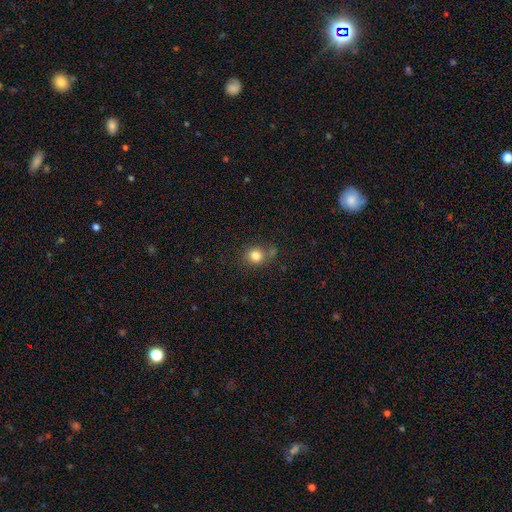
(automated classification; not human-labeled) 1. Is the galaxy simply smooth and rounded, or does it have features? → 81% smooth, 12% star or artifact, 7% featured or disk.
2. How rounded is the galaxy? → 82% round, 17% in between, 1% cigar-shaped.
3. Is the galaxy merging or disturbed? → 69% none, 14% minor disturbance, 12% merger, 5% major disturbance.